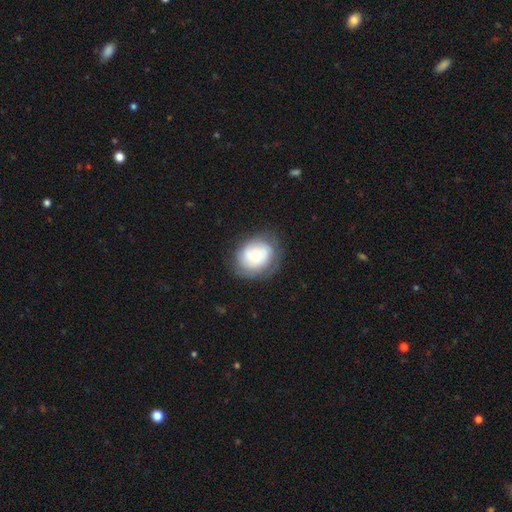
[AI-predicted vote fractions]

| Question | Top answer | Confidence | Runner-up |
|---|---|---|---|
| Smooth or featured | smooth | 50% | featured or disk (42%) |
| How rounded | round | 55% | in between (44%) |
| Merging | none | 69% | minor disturbance (20%) |